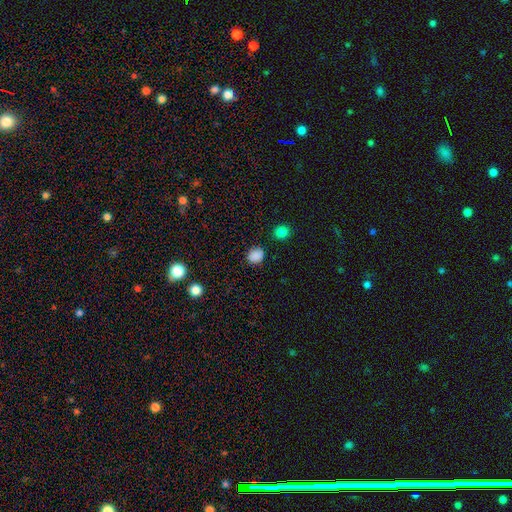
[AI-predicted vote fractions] The model was most divided on "how rounded": round: 61%, in between: 38%, cigar-shaped: 1%. More confident: smooth or featured — smooth (85%); merging — none (83%).